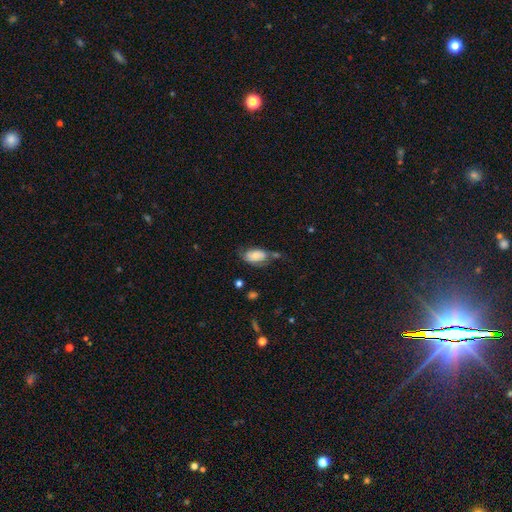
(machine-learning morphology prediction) type=smooth (68%); roundness=in between (92%); merging=none (42%).